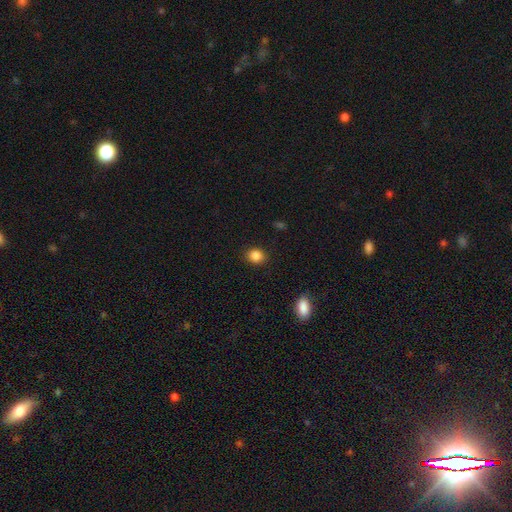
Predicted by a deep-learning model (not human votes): A smooth galaxy with no disk features (86%) that is round (70%).

Vote fractions:
- Smooth or featured? smooth: 86% / star or artifact: 10% / featured or disk: 4%
- How rounded? round: 70% / in between: 29% / cigar-shaped: 1%
- Merging? none: 89% / minor disturbance: 7% / major disturbance: 2% / merger: 1%